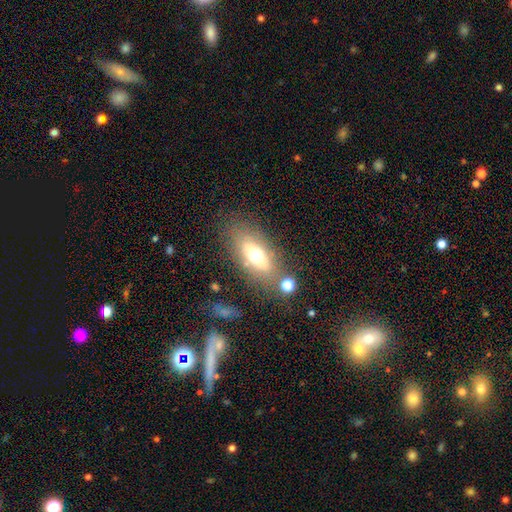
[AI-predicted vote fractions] smooth-or-featured: smooth: 51% | featured or disk: 38% | star or artifact: 11%
  how-rounded: in between: 80% | cigar-shaped: 12% | round: 8%
  merging: none: 71% | minor disturbance: 15% | major disturbance: 7% | merger: 7%